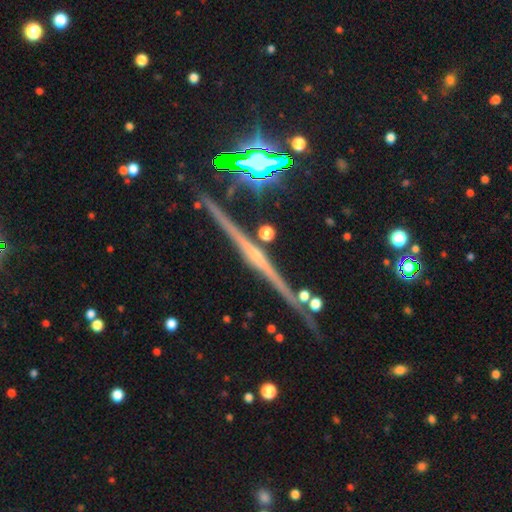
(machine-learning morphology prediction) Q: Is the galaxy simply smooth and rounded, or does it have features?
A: featured or disk — 79%.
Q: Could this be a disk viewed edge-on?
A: yes — 98%.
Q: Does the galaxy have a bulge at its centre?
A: rounded — 61%.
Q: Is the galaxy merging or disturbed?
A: none — 86%.